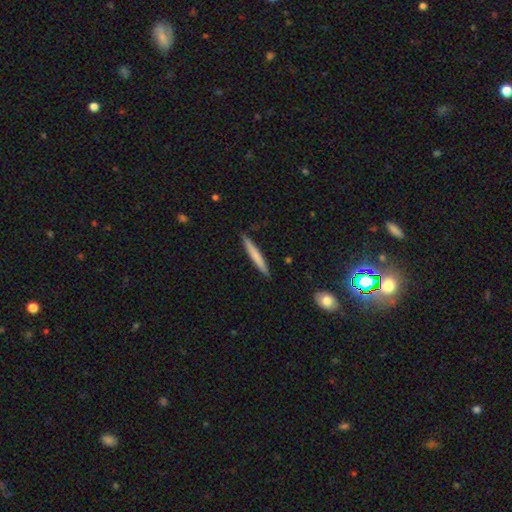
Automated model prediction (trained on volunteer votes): This appears to be a smooth galaxy with no disk features (66%) that is cigar-shaped (96%). Merging: none (90%).